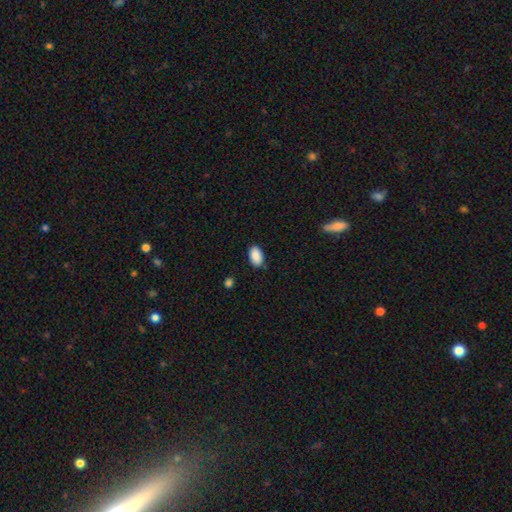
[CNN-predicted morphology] Smooth or featured: smooth — 89% (star or artifact — 7%)
How rounded: in between — 92% (round — 7%)
Merging: none — 85% (minor disturbance — 11%)